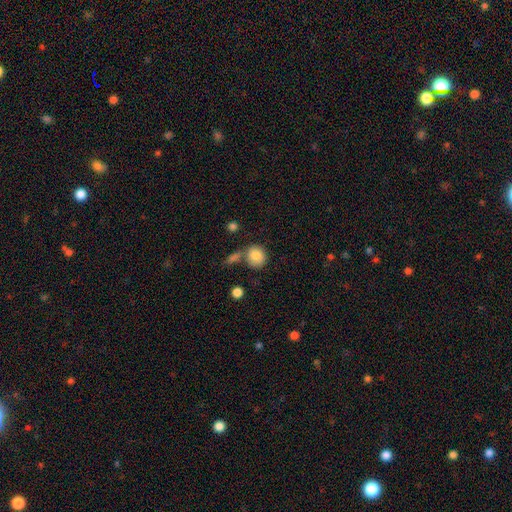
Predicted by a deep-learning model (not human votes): smooth 85%, star or artifact 8%, featured or disk 7%. Down the decision tree: how rounded — round (80%); merging — none (62%).